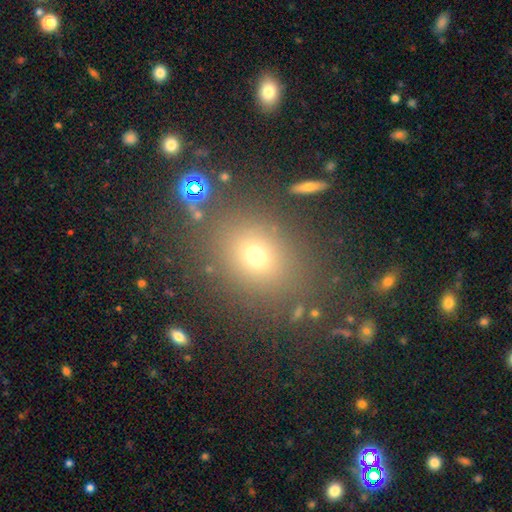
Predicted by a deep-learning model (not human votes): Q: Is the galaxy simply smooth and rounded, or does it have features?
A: smooth — 64%.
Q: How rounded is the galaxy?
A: round — 58%.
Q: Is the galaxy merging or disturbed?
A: none — 83%.